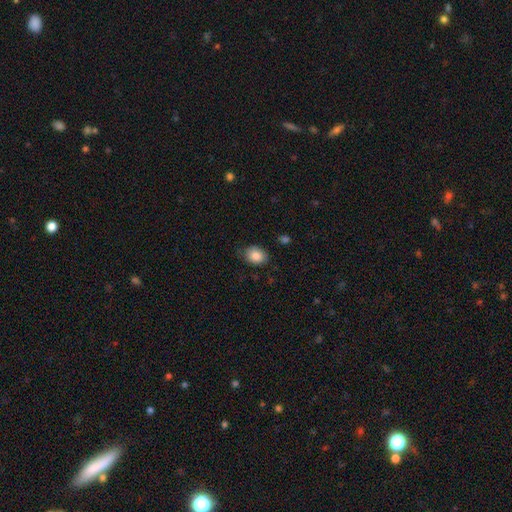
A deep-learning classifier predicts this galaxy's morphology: Q: Smooth or featured?
A: smooth (85%); runner-up: star or artifact (8%)
Q: How rounded?
A: in between (61%); runner-up: round (38%)
Q: Merging?
A: none (76%); runner-up: minor disturbance (19%)